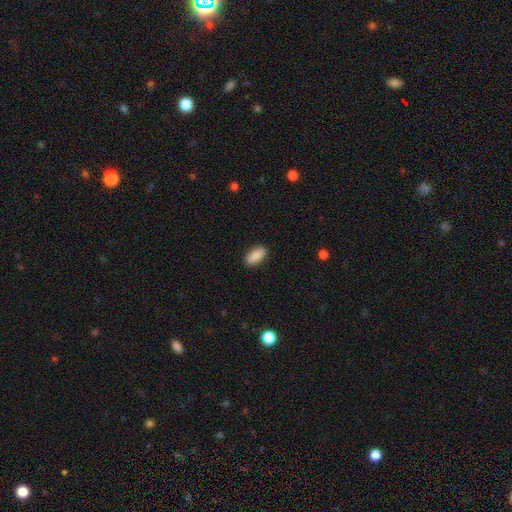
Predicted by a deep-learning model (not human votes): smooth-or-featured: smooth: 87% | star or artifact: 7% | featured or disk: 6%
  how-rounded: in between: 91% | cigar-shaped: 6% | round: 3%
  merging: none: 89% | minor disturbance: 8% | major disturbance: 2% | merger: 1%